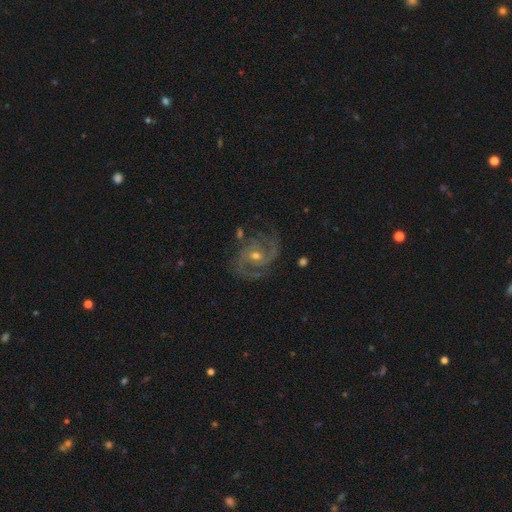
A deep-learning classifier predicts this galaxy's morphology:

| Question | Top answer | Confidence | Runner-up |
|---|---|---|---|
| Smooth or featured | featured or disk | 88% | star or artifact (6%) |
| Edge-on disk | no | 98% | yes (2%) |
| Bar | no | 54% | weak (37%) |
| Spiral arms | yes | 97% | no (3%) |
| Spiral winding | medium | 54% | tight (34%) |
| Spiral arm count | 2 | 77% | 3 (9%) |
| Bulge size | moderate | 55% | small (41%) |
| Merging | none | 74% | minor disturbance (16%) |